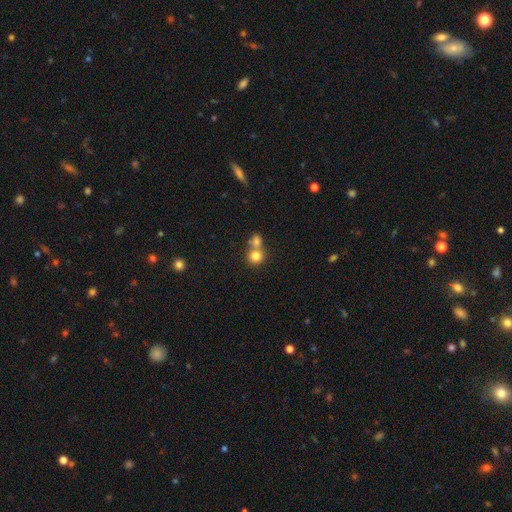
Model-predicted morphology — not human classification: smooth-or-featured: smooth: 79% | star or artifact: 11% | featured or disk: 10%
  how-rounded: round: 87% | in between: 12% | cigar-shaped: 1%
  merging: merger: 50% | none: 41% | minor disturbance: 6% | major disturbance: 3%